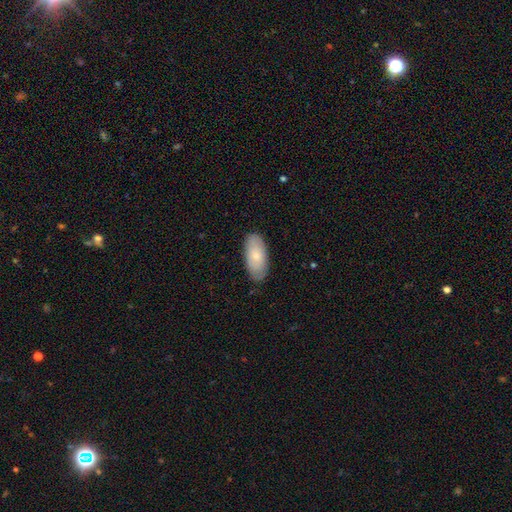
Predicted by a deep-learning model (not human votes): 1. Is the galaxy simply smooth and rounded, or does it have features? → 75% smooth, 19% featured or disk, 6% star or artifact.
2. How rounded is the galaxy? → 92% in between, 6% cigar-shaped, 2% round.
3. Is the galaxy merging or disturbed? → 84% none, 13% minor disturbance, 2% major disturbance, 1% merger.